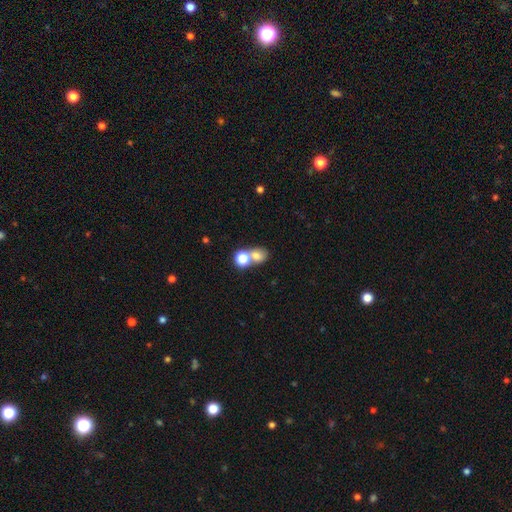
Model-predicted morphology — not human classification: smooth-or-featured: smooth: 73% | star or artifact: 15% | featured or disk: 12%
  how-rounded: round: 58% | in between: 40% | cigar-shaped: 1%
  merging: merger: 49% | none: 39% | minor disturbance: 8% | major disturbance: 4%